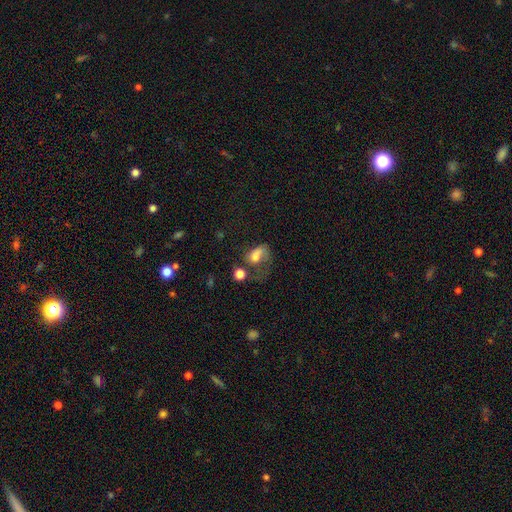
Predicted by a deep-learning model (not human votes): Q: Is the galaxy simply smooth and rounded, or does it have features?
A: smooth — 57%.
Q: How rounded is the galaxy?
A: in between — 70%.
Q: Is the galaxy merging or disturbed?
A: major disturbance — 49%.